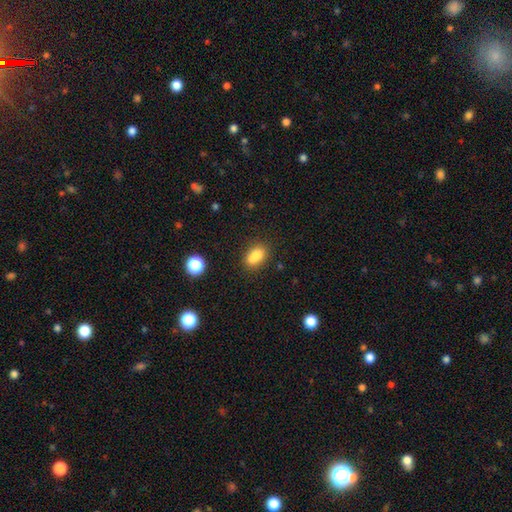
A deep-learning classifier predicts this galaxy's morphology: This appears to be a smooth galaxy with no disk features (79%) that is in between round and cigar-shaped (78%). Merging: none (57%).